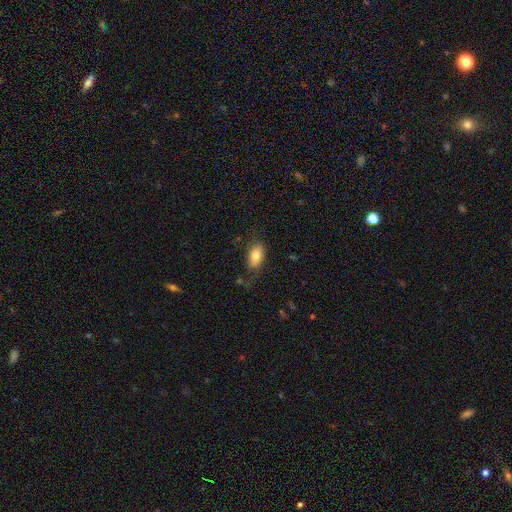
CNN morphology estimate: The model was most divided on "merging": none: 72%, minor disturbance: 19%, major disturbance: 7%, merger: 2%. More confident: how rounded — in between (90%); smooth or featured — smooth (80%).